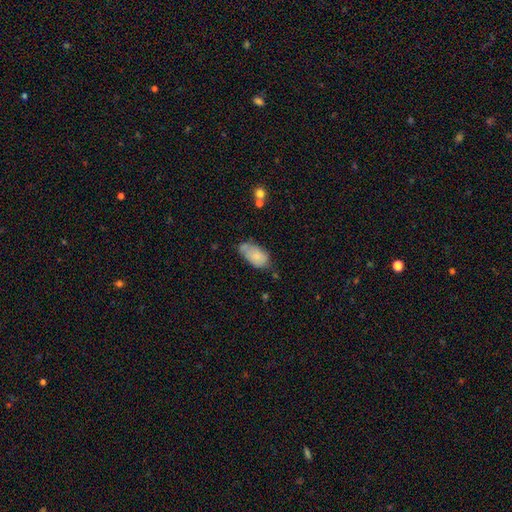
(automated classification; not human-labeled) The model was most divided on "merging": none: 49%, minor disturbance: 35%, major disturbance: 10%, merger: 7%. More confident: how rounded — in between (93%); smooth or featured — smooth (77%).